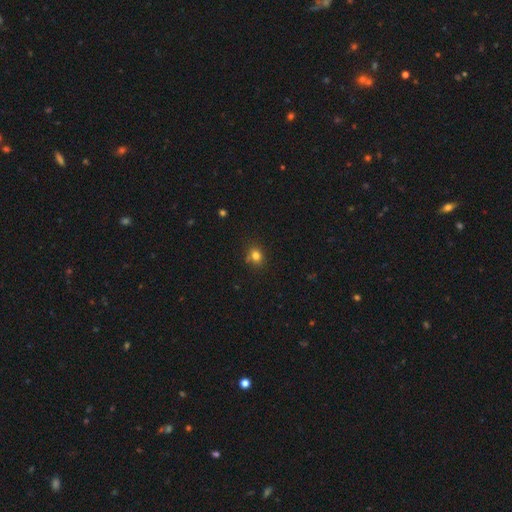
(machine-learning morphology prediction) Smooth or featured?
  - smooth: 79% *
  - star or artifact: 14%
  - featured or disk: 7%
How rounded?
  - round: 66% *
  - in between: 33%
  - cigar-shaped: 1%
Merging?
  - none: 75% *
  - minor disturbance: 16%
  - merger: 5%
  - major disturbance: 4%